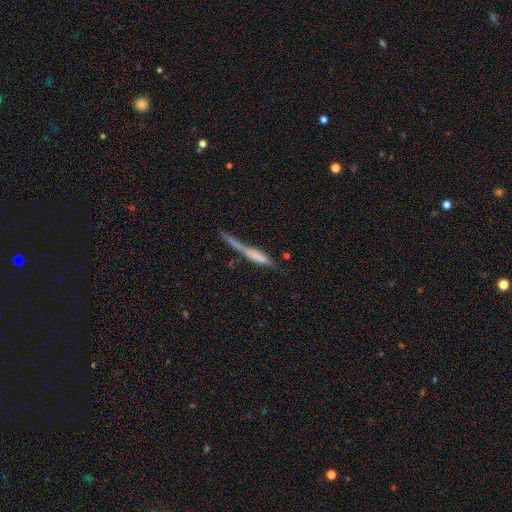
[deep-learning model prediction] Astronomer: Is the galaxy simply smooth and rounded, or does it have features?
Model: smooth — 54% (runner-up: featured or disk, 38%).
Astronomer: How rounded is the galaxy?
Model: cigar-shaped — 89%.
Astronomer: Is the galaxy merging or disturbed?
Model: none — 36% (runner-up: minor disturbance, 24%).